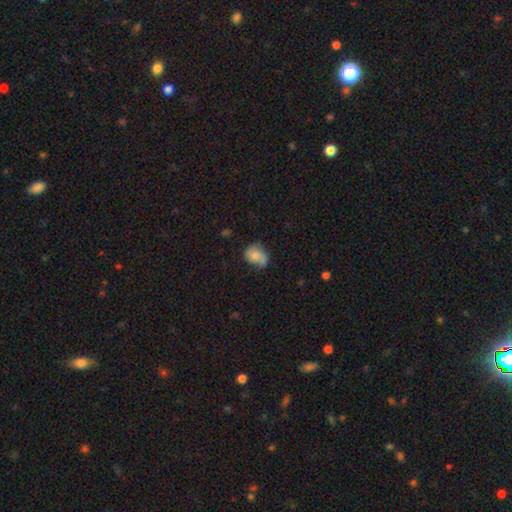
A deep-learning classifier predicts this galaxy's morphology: type=smooth (61%); roundness=in between (54%); merging=none (45%).